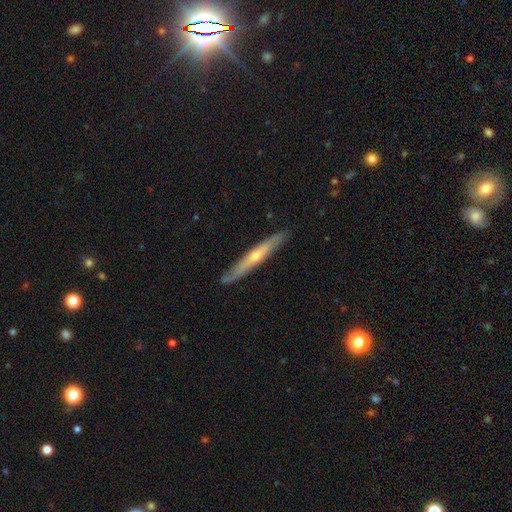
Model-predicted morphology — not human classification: A featured or disk galaxy (65%) viewed edge-on (86%) with a rounded central bulge (72%).

Vote fractions:
- Smooth or featured? featured or disk: 65% / smooth: 29% / star or artifact: 6%
- Edge-on disk? yes: 86% / no: 14%
- Edge-on bulge? rounded: 72% / none: 26% / boxy: 2%
- Merging? none: 85% / minor disturbance: 12% / major disturbance: 2% / merger: 1%